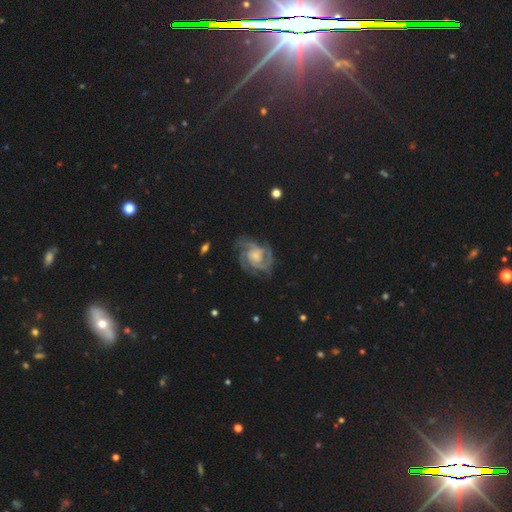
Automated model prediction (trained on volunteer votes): featured or disk 90%, smooth 5%, star or artifact 5%. Down the decision tree: edge-on disk — no (98%); bar — no (67%); spiral arms — yes (98%); spiral arm count — 3 (45%); spiral winding — tight (53%); bulge size — small (39%, tied with moderate); merging — none (74%).